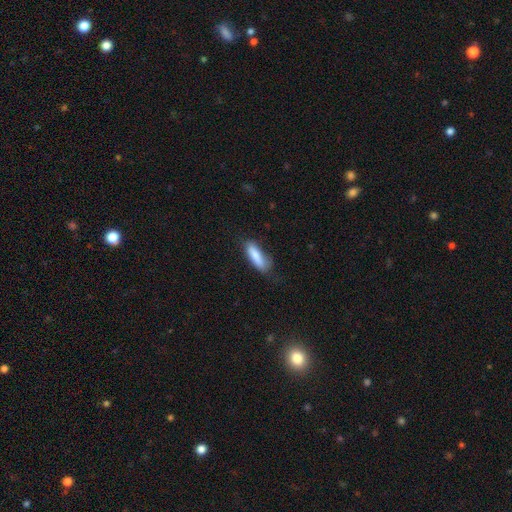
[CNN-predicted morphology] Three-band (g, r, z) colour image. It shows a smooth galaxy with no disk features (82%) that is cigar-shaped (53%). Merging: none (64%).